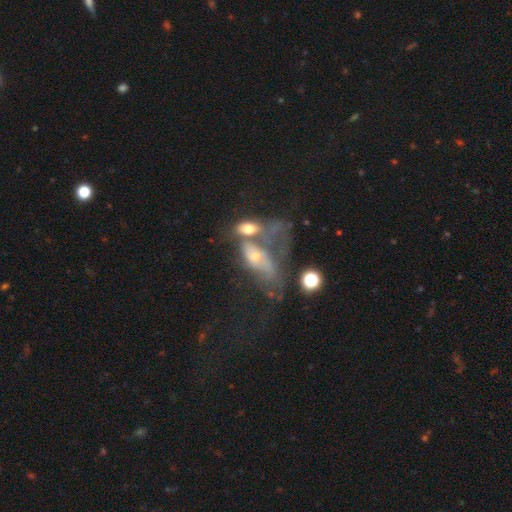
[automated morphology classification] smooth-or-featured: featured or disk: 52% | smooth: 34% | star or artifact: 14%
  disk-edge-on: no: 86% | yes: 14%
  merging: merger: 53% | major disturbance: 27% | none: 11% | minor disturbance: 9%